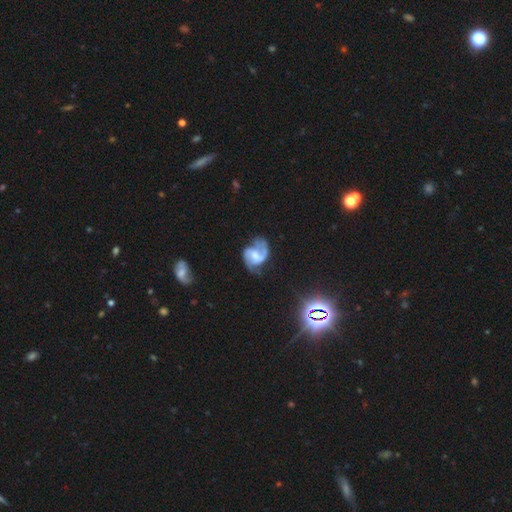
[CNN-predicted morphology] Smooth or featured?
  - featured or disk: 86% *
  - smooth: 8%
  - star or artifact: 6%
Edge-on disk?
  - no: 98% *
  - yes: 2%
Bar?
  - weak: 49% *
  - no: 35%
  - strong: 16%
Spiral arms?
  - yes: 96% *
  - no: 4%
Spiral winding?
  - medium: 53% *
  - loose: 29%
  - tight: 19%
Spiral arm count?
  - 2: 87% *
  - can't tell: 4%
  - 1: 3%
  - 3: 3%
  - 4: 1%
  - more than 4: 1%
Bulge size?
  - moderate: 42% *
  - small: 33%
  - none: 17%
  - large: 7%
  - dominant: 1%
Merging?
  - none: 60% *
  - minor disturbance: 23%
  - major disturbance: 14%
  - merger: 3%